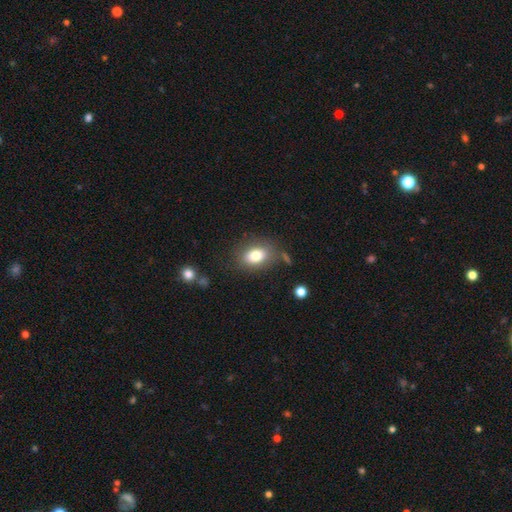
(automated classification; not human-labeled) Morphology: type=smooth (80%); roundness=in between (76%); merging=none (76%).